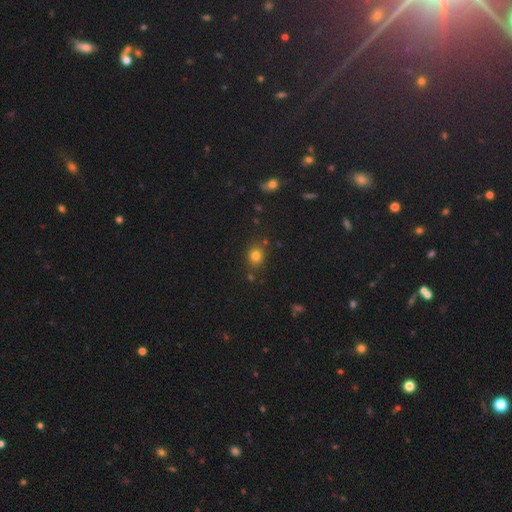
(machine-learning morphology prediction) Smooth or featured: smooth — 79% (star or artifact — 15%)
How rounded: round — 72% (in between — 27%)
Merging: none — 79% (minor disturbance — 12%)